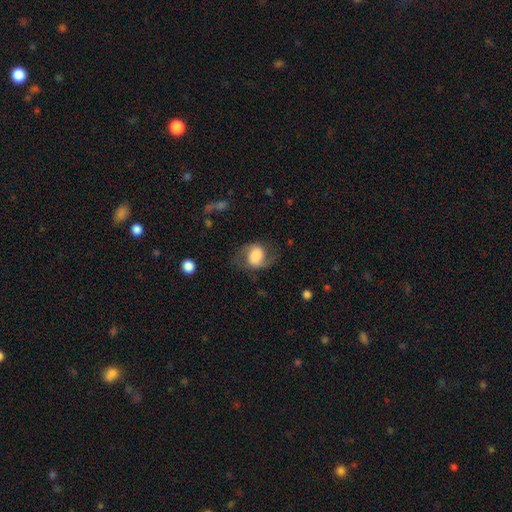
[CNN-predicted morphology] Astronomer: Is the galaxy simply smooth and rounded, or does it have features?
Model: featured or disk — 51% (runner-up: smooth, 41%).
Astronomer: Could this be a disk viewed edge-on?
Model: no — 97%.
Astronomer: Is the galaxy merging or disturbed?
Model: none — 61%.